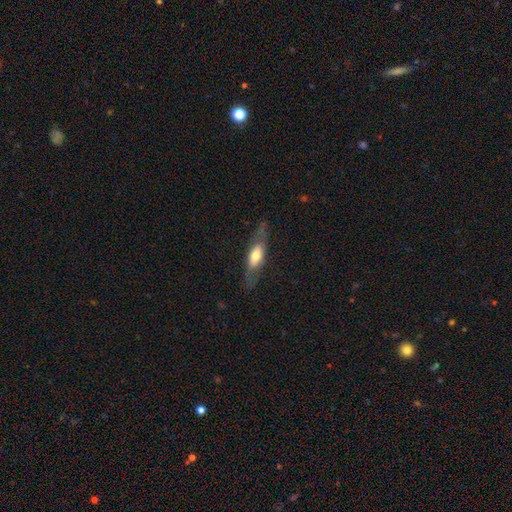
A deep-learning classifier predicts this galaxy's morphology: type=smooth (47%, tied with featured or disk); merging=none (74%).